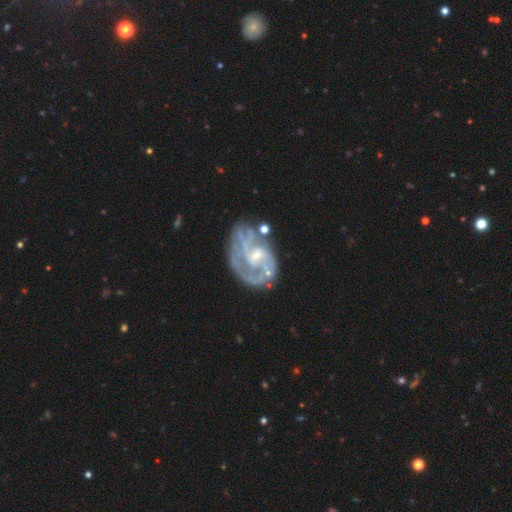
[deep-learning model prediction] This appears to be a featured or disk galaxy (82%) with no bar (48%), tight (47%) spiral arms (81%) and a small central bulge (56%). Merging: none (50%).